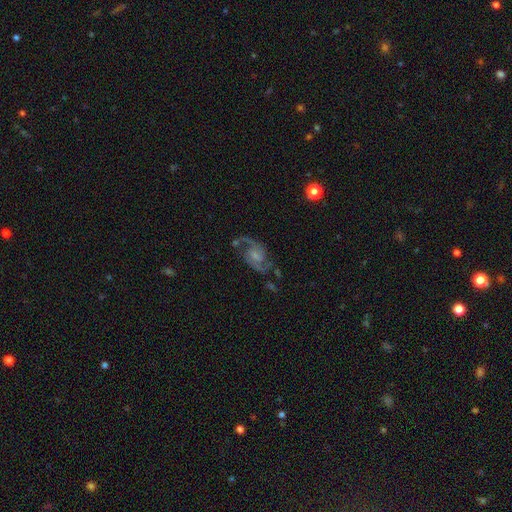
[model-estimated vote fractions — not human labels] featured or disk 89%, star or artifact 6%, smooth 5%. Down the decision tree: edge-on disk — no (98%); bar — no (51%); spiral arms — yes (98%); spiral arm count — 2 (93%); spiral winding — medium (51%); bulge size — small (39%); merging — none (69%).